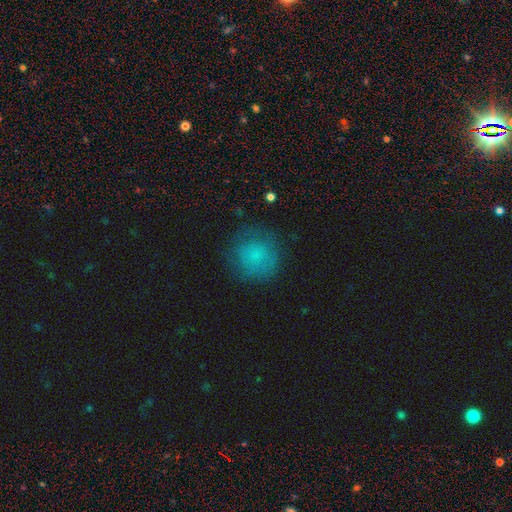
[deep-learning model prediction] This appears to be a smooth galaxy with no disk features (73%) that is round (91%). Merging: none (77%).